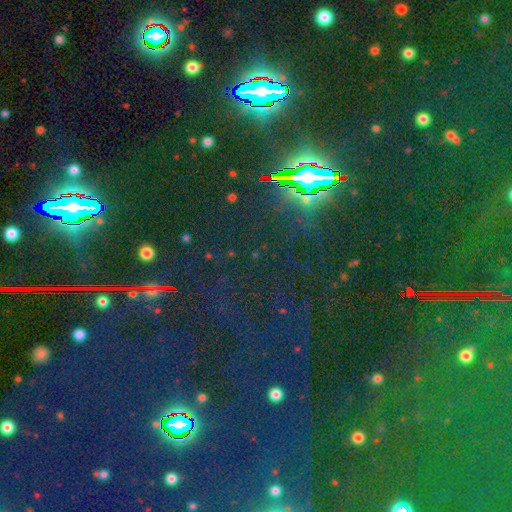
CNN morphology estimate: Smooth or featured?
  - star or artifact: 83% *
  - smooth: 10%
  - featured or disk: 7%